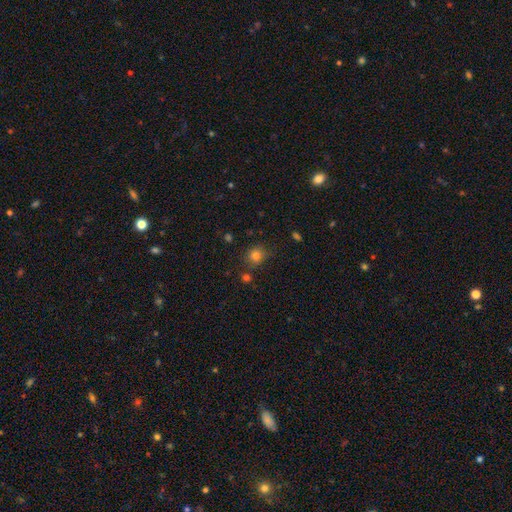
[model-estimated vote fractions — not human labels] smooth-or-featured: smooth: 79% | star or artifact: 14% | featured or disk: 7%
  how-rounded: round: 81% | in between: 18% | cigar-shaped: 1%
  merging: none: 77% | minor disturbance: 13% | merger: 6% | major disturbance: 4%